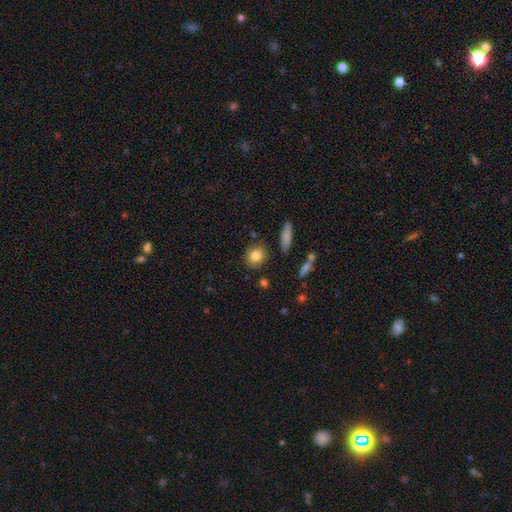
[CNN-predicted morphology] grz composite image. It shows a smooth galaxy with no disk features (83%) that is round (74%). Merging: none (85%).